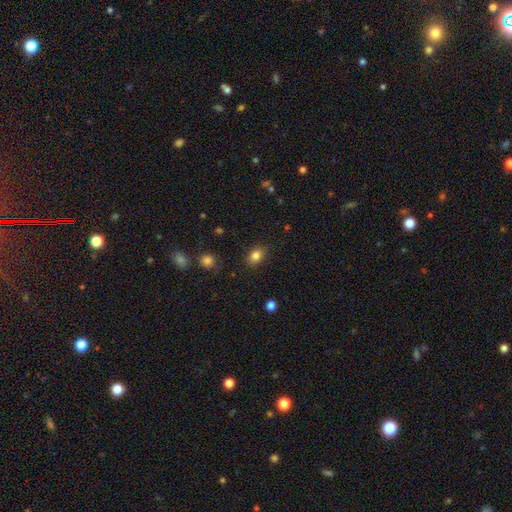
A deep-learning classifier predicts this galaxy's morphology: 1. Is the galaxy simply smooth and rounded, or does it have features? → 83% smooth, 11% star or artifact, 6% featured or disk.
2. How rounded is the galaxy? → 71% in between, 28% round, 1% cigar-shaped.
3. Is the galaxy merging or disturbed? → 86% none, 10% minor disturbance, 3% major disturbance, 1% merger.